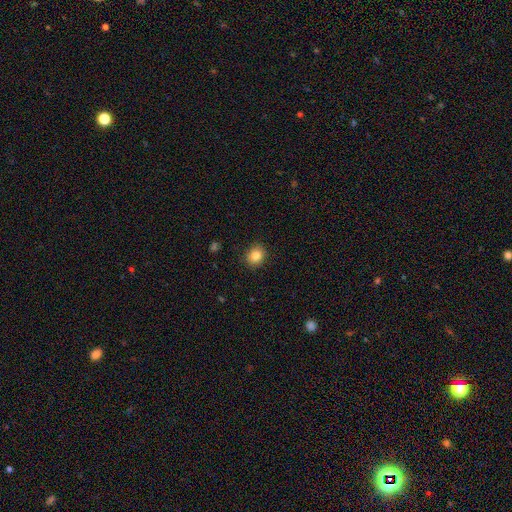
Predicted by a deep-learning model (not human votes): smooth_or_featured: smooth (p=0.84) [alt: star or artifact p=0.10]
how_rounded: round (p=0.76) [alt: in between p=0.23]
merging: none (p=0.90) [alt: minor disturbance p=0.07]